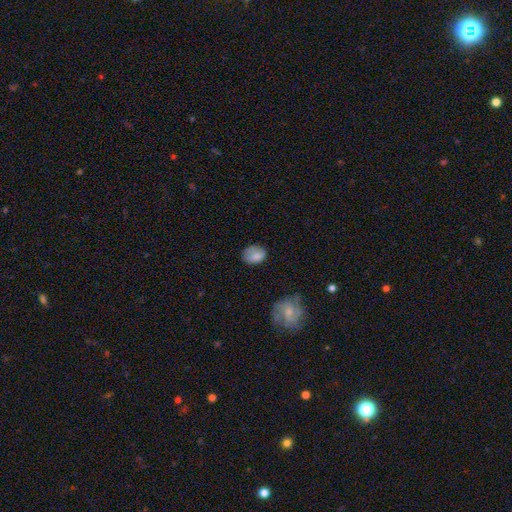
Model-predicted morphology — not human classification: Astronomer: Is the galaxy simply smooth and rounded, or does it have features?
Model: smooth — 79%.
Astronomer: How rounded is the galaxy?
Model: in between — 65%.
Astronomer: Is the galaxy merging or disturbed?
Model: none — 61%.